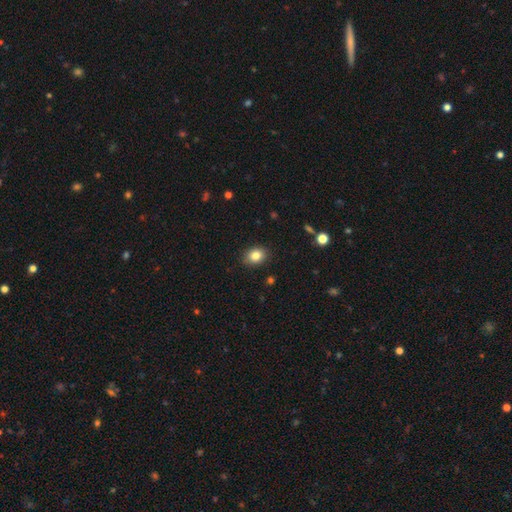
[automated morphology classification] Smooth or featured: smooth — 84% (star or artifact — 10%)
How rounded: in between — 59% (round — 40%)
Merging: none — 88% (minor disturbance — 9%)